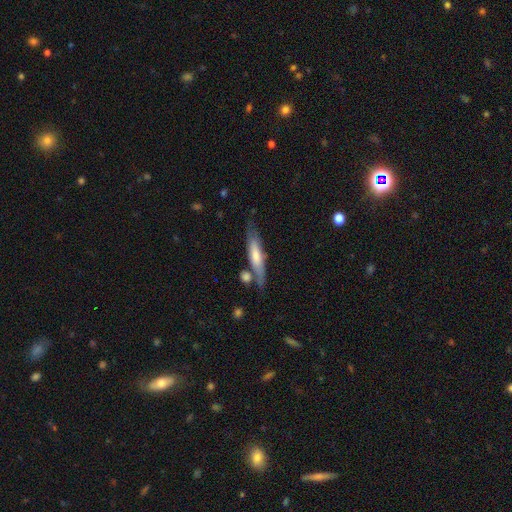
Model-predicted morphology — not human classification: smooth 48%, featured or disk 46%, star or artifact 6%. Down the decision tree: merging — none (66%).